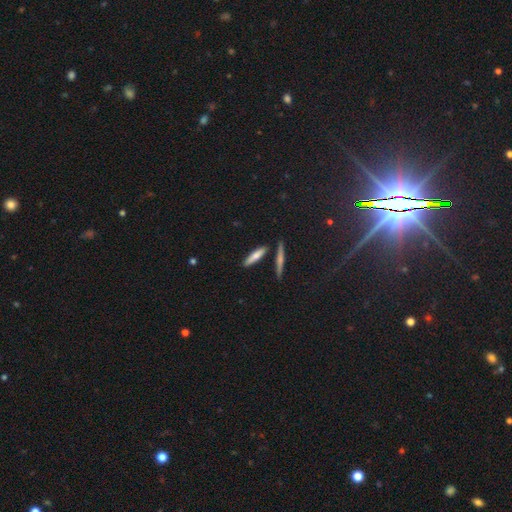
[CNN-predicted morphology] This is likely a smooth galaxy (64%). How rounded: clearly cigar-shaped (81%). Merging: clearly none (80%).